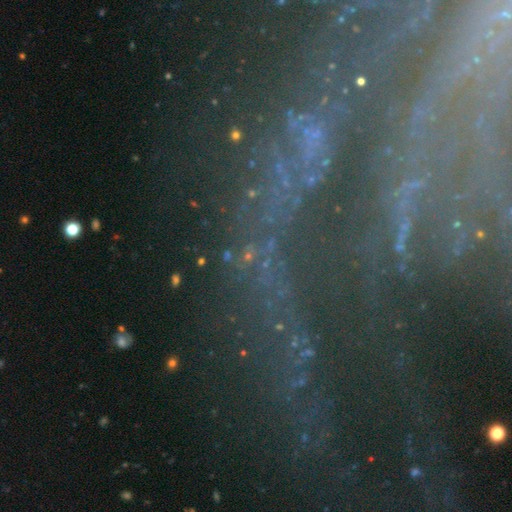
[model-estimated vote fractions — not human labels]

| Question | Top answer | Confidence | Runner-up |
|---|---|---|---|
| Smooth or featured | star or artifact | 54% | featured or disk (34%) |